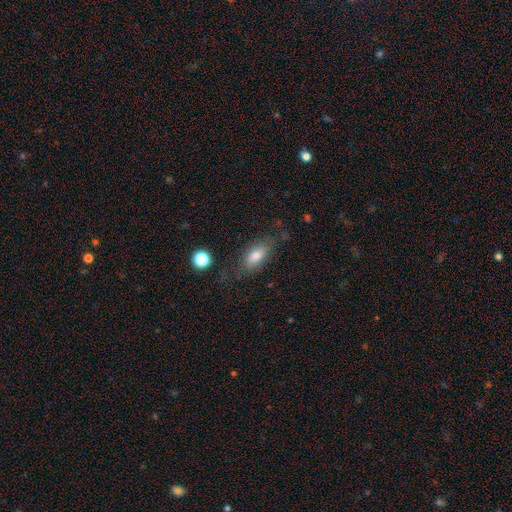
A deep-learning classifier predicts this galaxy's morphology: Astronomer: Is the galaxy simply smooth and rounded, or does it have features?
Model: smooth — 74%.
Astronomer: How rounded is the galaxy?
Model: in between — 81%.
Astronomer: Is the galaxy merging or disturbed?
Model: none — 71%.